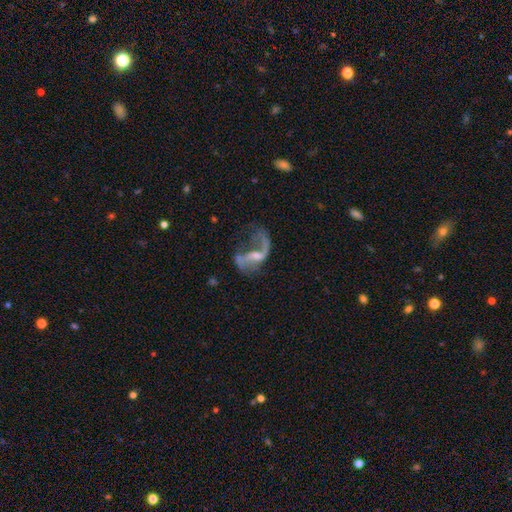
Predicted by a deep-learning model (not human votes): Smooth or featured: featured or disk — 83% (smooth — 9%)
Edge-on disk: no — 96% (yes — 4%)
Bar: weak — 42% (no — 36%)
Spiral arms: yes — 87% (no — 13%)
Spiral winding: loose — 84% (medium — 13%)
Spiral arm count: 2 — 78% (1 — 15%)
Bulge size: small — 53% (moderate — 29%)
Merging: none — 43% (major disturbance — 33%)